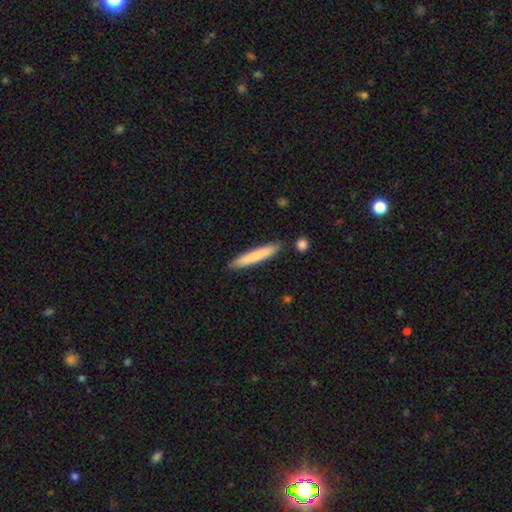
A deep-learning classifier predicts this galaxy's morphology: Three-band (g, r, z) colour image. It shows a smooth galaxy with no disk features (77%) that is cigar-shaped (94%). Merging: none (88%).